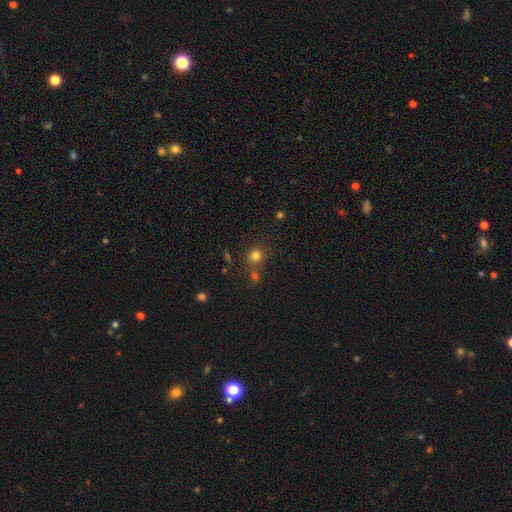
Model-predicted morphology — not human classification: Smooth or featured?
  - smooth: 77% *
  - star or artifact: 16%
  - featured or disk: 7%
How rounded?
  - round: 87% *
  - in between: 12%
  - cigar-shaped: 1%
Merging?
  - none: 64% *
  - merger: 22%
  - minor disturbance: 10%
  - major disturbance: 4%